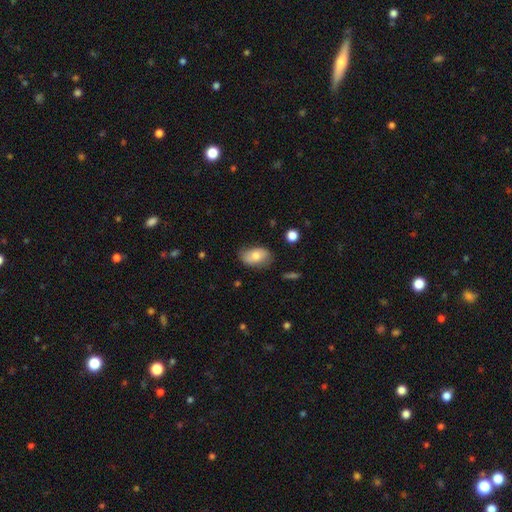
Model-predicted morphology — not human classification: The model was most divided on "smooth or featured": smooth: 70%, featured or disk: 23%, star or artifact: 7%. More confident: how rounded — in between (90%); merging — none (73%).